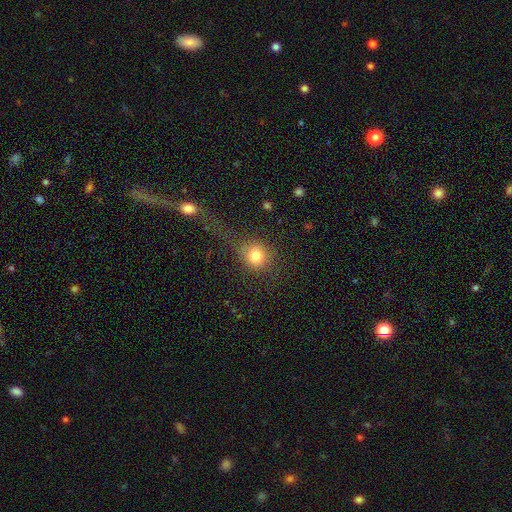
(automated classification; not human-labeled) Smooth or featured?
  - smooth: 79% *
  - star or artifact: 11%
  - featured or disk: 9%
How rounded?
  - round: 82% *
  - in between: 17%
  - cigar-shaped: 2%
Merging?
  - none: 55% *
  - major disturbance: 20%
  - minor disturbance: 16%
  - merger: 9%